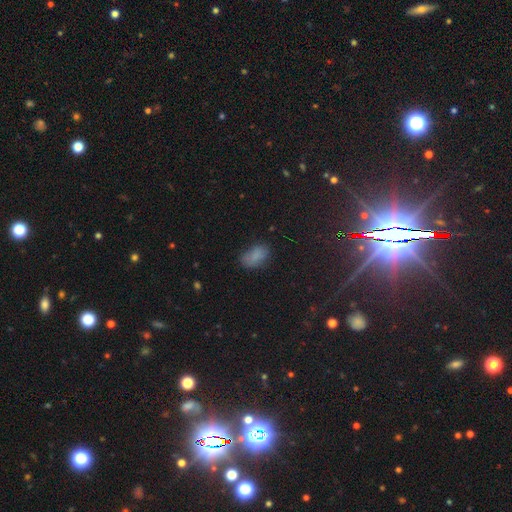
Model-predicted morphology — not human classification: smooth-or-featured: smooth: 77% | star or artifact: 13% | featured or disk: 9%
  how-rounded: in between: 91% | round: 6% | cigar-shaped: 2%
  merging: none: 61% | minor disturbance: 27% | major disturbance: 9% | merger: 3%